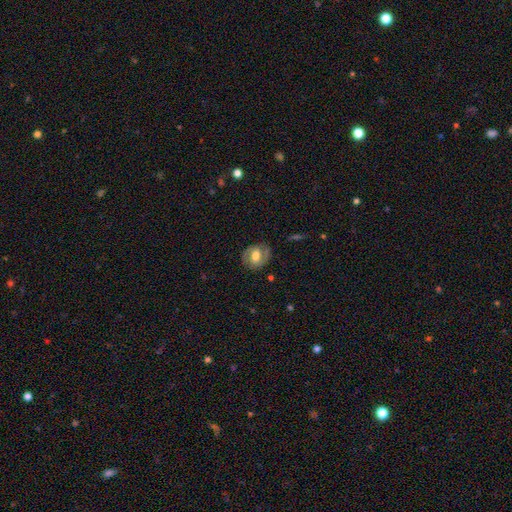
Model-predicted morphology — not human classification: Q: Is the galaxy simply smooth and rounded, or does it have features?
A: featured or disk — 56%.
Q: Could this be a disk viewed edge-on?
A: no — 96%.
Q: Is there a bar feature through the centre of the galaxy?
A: weak — 41%.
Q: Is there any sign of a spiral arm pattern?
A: yes — 71%.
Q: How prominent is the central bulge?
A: moderate — 60%.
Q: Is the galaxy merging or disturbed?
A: none — 79%.